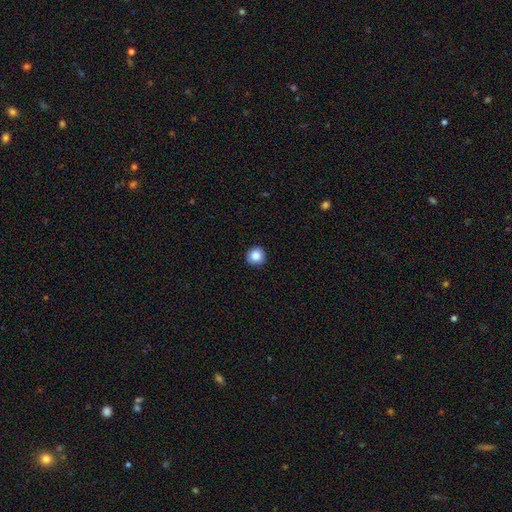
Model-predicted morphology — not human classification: Smooth or featured? smooth (87%)
How rounded? round (94%)
Merging? none (92%)